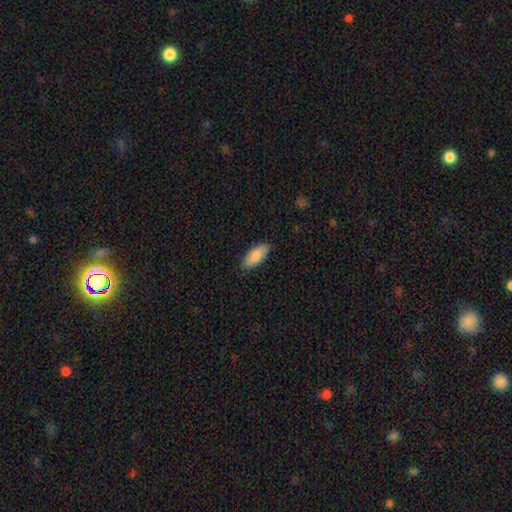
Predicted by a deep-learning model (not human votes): Smooth or featured: smooth — 87% (featured or disk — 7%)
How rounded: in between — 84% (cigar-shaped — 15%)
Merging: none — 86% (minor disturbance — 11%)